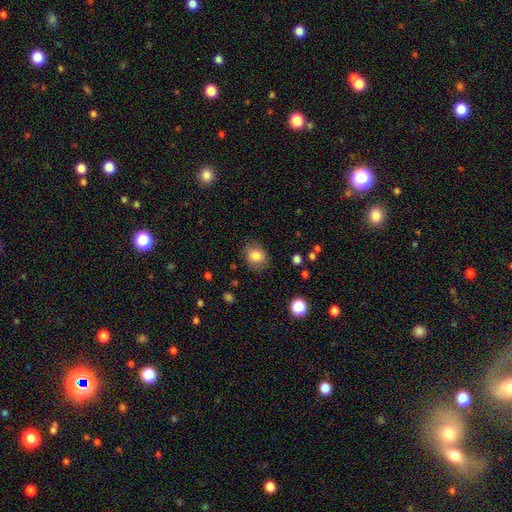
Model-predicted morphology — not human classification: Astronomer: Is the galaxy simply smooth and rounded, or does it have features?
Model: smooth — 82%.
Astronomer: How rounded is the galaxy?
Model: round — 57% (runner-up: in between, 42%).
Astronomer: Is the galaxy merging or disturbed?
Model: none — 82%.